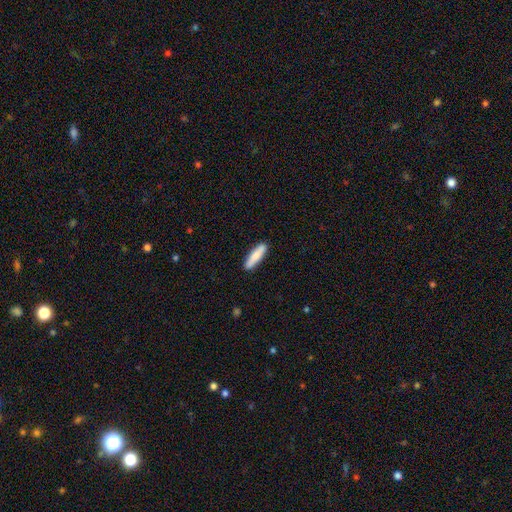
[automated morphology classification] The model was most divided on "how rounded": cigar-shaped: 80%, in between: 18%, round: 1%. More confident: merging — none (87%); smooth or featured — smooth (79%).